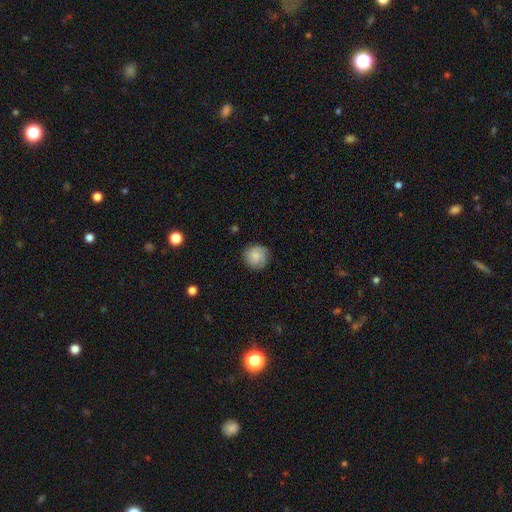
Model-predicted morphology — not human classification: smooth-or-featured: smooth: 71% | featured or disk: 21% | star or artifact: 8%
  how-rounded: round: 89% | in between: 10% | cigar-shaped: 1%
  merging: none: 80% | minor disturbance: 15% | major disturbance: 4% | merger: 1%